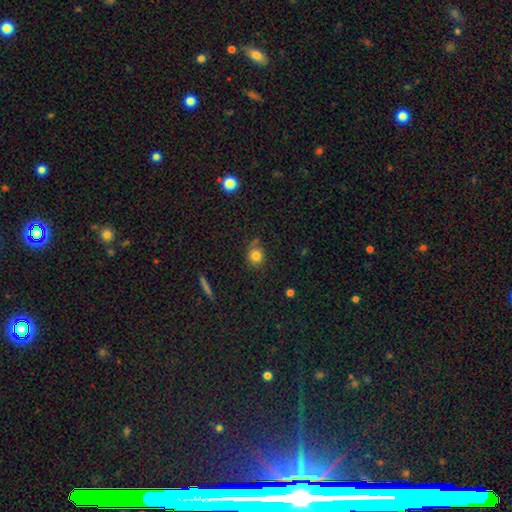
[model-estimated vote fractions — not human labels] This appears to be a smooth galaxy with no disk features (80%) that is round (79%). Merging: none (72%).